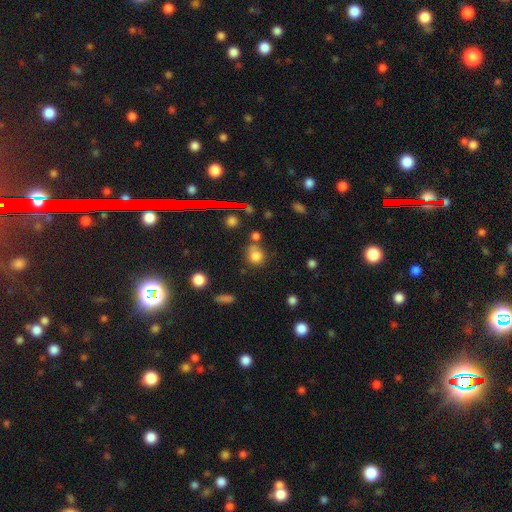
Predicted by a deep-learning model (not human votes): Smooth or featured? Predicted: smooth (p=0.77). How rounded? Predicted: round (p=0.77). Merging? Predicted: none (p=0.59).